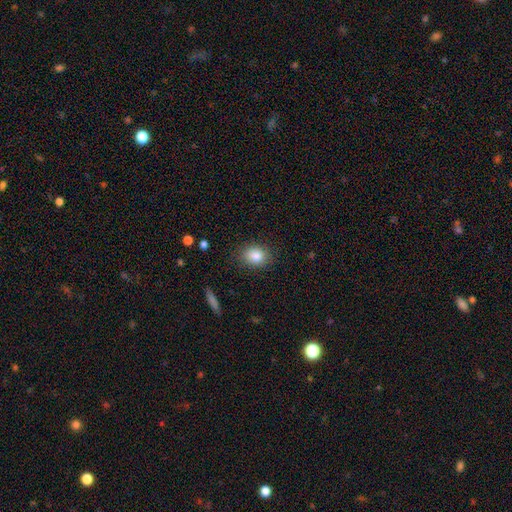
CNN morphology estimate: Q: Smooth or featured?
A: smooth (84%); runner-up: star or artifact (9%)
Q: How rounded?
A: in between (54%); runner-up: round (45%)
Q: Merging?
A: none (84%); runner-up: minor disturbance (12%)